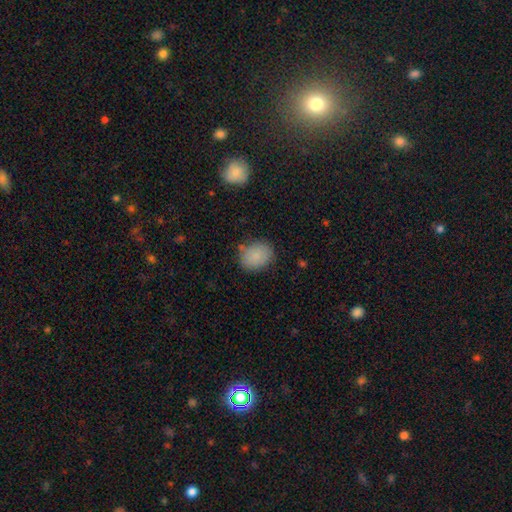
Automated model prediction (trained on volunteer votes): smooth-or-featured: smooth: 85% | star or artifact: 8% | featured or disk: 6%
  how-rounded: round: 52% | in between: 47% | cigar-shaped: 1%
  merging: none: 77% | minor disturbance: 16% | major disturbance: 4% | merger: 3%